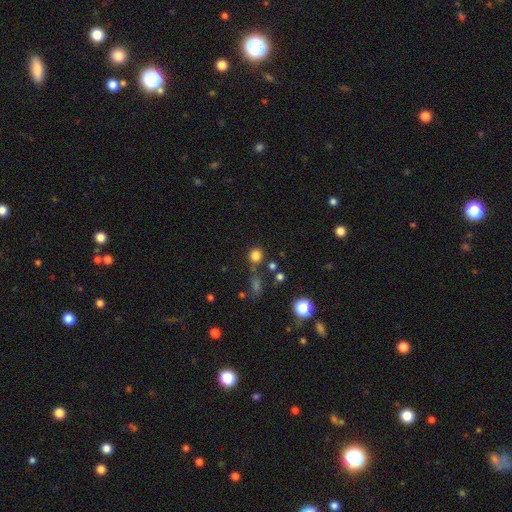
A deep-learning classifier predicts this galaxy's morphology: This is likely a smooth galaxy (79%). How rounded: clearly round (89%). Merging: likely none (73%).